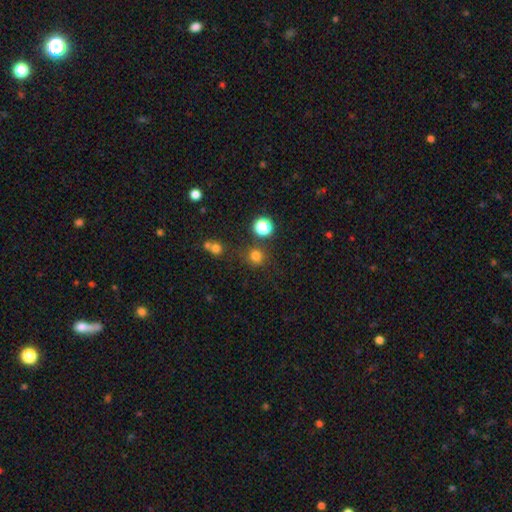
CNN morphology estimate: Q: Smooth or featured?
A: smooth (74%); runner-up: star or artifact (20%)
Q: How rounded?
A: round (90%); runner-up: in between (9%)
Q: Merging?
A: none (79%); runner-up: minor disturbance (10%)